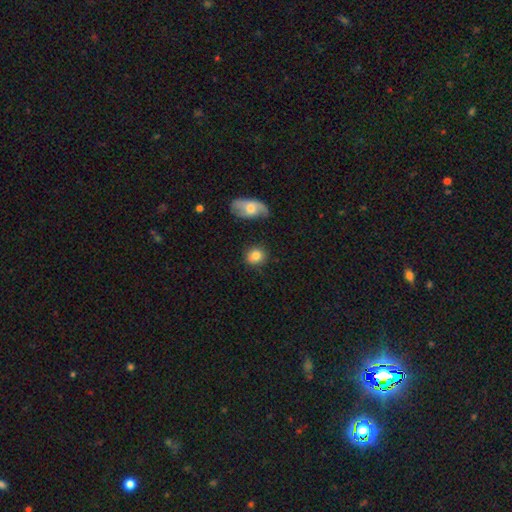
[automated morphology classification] type=smooth (82%); roundness=round (79%); merging=none (80%).